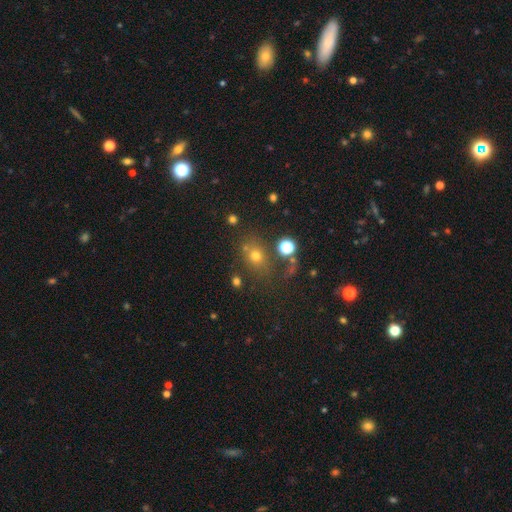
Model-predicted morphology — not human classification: This is likely a smooth galaxy (65%). How rounded: possibly round (57%). Merging: likely none (69%).